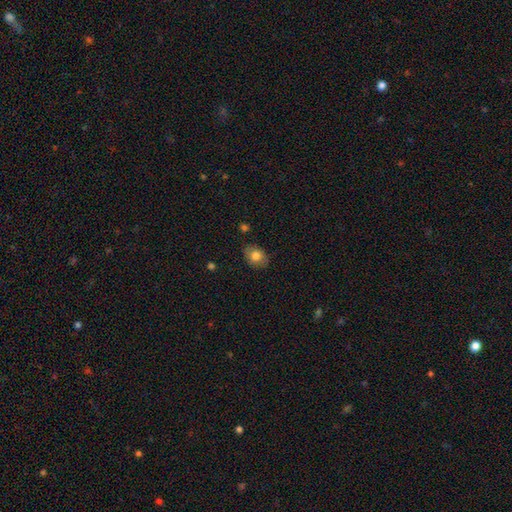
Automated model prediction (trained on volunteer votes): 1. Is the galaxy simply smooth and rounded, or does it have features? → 79% smooth, 13% featured or disk, 8% star or artifact.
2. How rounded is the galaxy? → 66% in between, 33% round, 1% cigar-shaped.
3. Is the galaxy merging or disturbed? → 82% none, 14% minor disturbance, 3% major disturbance, 1% merger.